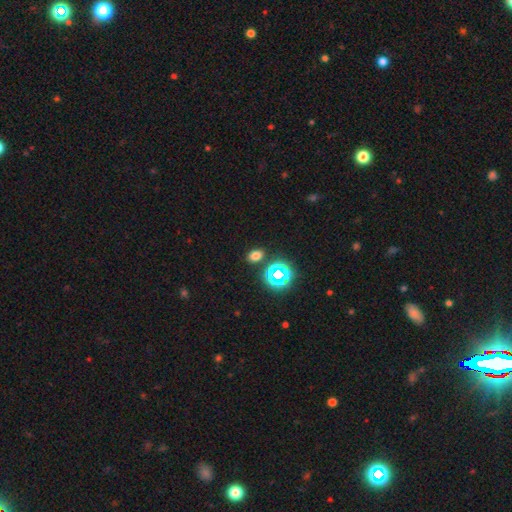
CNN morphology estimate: Smooth or featured? smooth (69%)
How rounded? in between (70%)
Merging? none (84%)